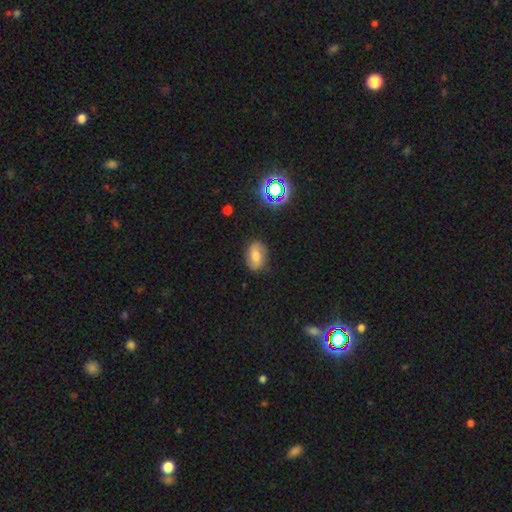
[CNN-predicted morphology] The model was most divided on "smooth or featured": smooth: 58%, featured or disk: 28%, star or artifact: 14%. More confident: how rounded — in between (83%); merging — none (81%).